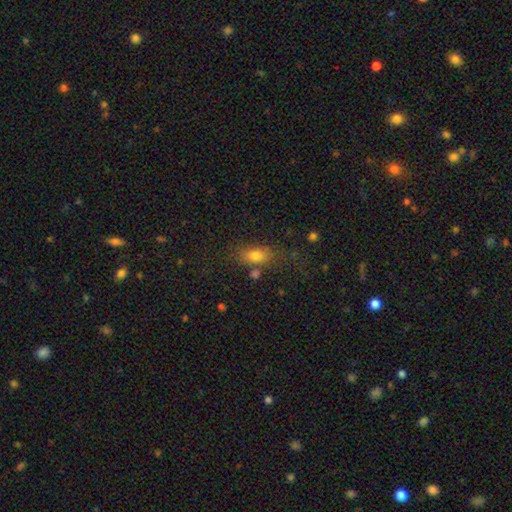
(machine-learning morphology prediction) smooth-or-featured: smooth: 77% | featured or disk: 12% | star or artifact: 11%
  how-rounded: in between: 80% | round: 12% | cigar-shaped: 9%
  merging: none: 65% | minor disturbance: 18% | merger: 10% | major disturbance: 7%